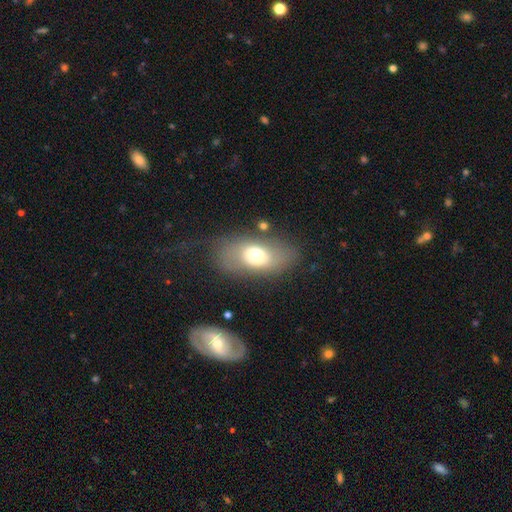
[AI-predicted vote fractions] The model was most divided on "smooth or featured": smooth: 60%, featured or disk: 30%, star or artifact: 10%. More confident: how rounded — in between (86%); merging — none (63%).